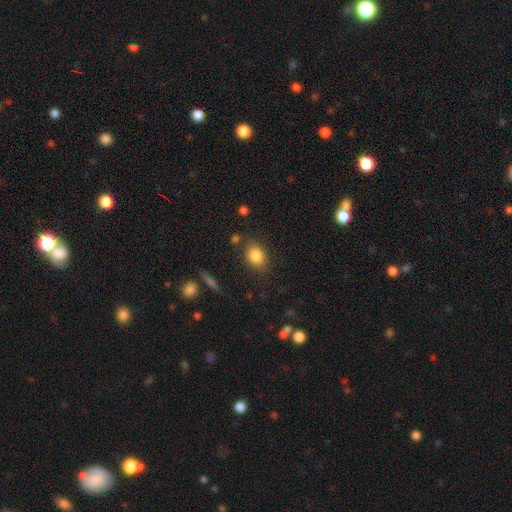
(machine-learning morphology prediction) Q: Smooth or featured?
A: smooth (84%); runner-up: star or artifact (9%)
Q: How rounded?
A: in between (70%); runner-up: round (28%)
Q: Merging?
A: none (79%); runner-up: minor disturbance (13%)